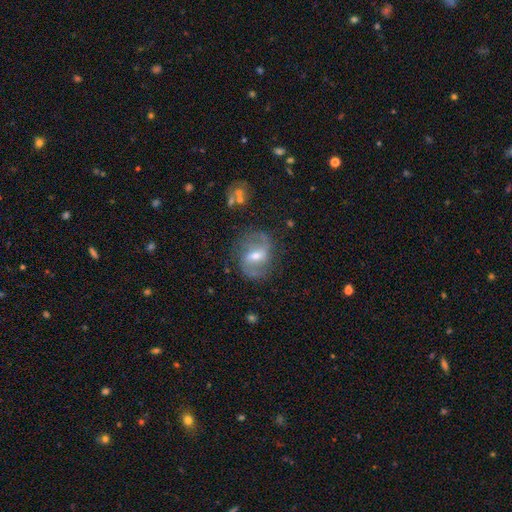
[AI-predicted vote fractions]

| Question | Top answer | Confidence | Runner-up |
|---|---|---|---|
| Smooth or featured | featured or disk | 81% | smooth (11%) |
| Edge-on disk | no | 97% | yes (3%) |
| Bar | weak | 49% | strong (35%) |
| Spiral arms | yes | 93% | no (7%) |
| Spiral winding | medium | 47% | loose (38%) |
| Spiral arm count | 2 | 89% | can't tell (5%) |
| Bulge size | moderate | 58% | small (35%) |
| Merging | none | 77% | minor disturbance (15%) |